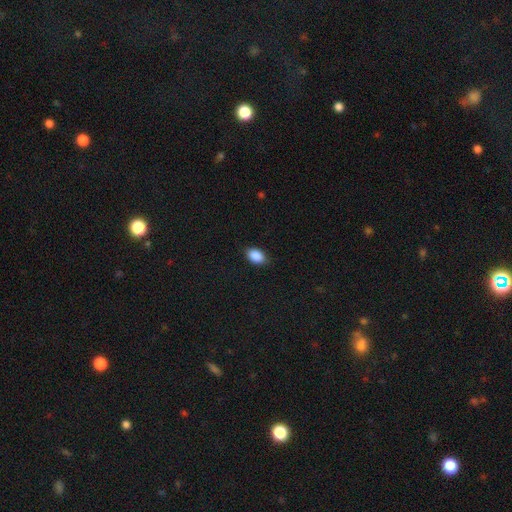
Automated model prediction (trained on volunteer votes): Smooth or featured?
  - smooth: 89% *
  - star or artifact: 7%
  - featured or disk: 3%
How rounded?
  - in between: 90% *
  - round: 9%
  - cigar-shaped: 1%
Merging?
  - none: 85% *
  - minor disturbance: 12%
  - major disturbance: 2%
  - merger: 1%